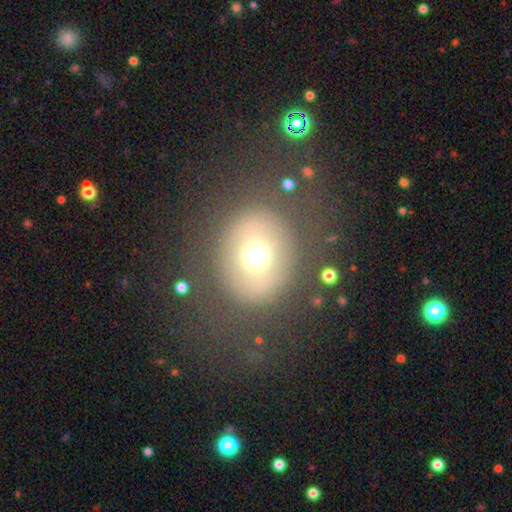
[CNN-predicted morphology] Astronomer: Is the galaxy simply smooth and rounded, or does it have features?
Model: smooth — 61%.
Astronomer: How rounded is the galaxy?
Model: round — 71%.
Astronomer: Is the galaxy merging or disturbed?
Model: none — 78%.